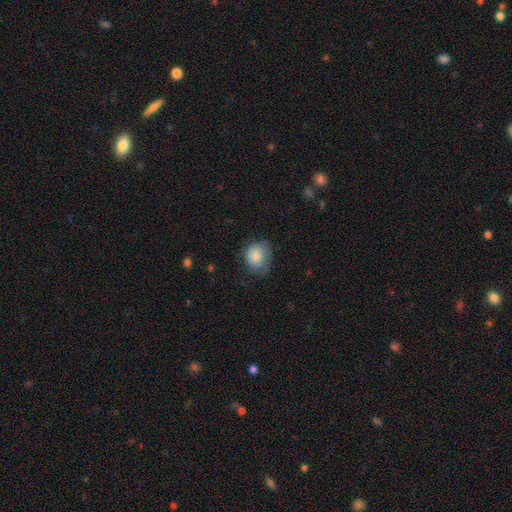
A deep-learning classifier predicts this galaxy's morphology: Smooth or featured?
  - smooth: 80% *
  - featured or disk: 13%
  - star or artifact: 7%
How rounded?
  - round: 56% *
  - in between: 43%
  - cigar-shaped: 1%
Merging?
  - none: 49% *
  - minor disturbance: 34%
  - major disturbance: 16%
  - merger: 1%